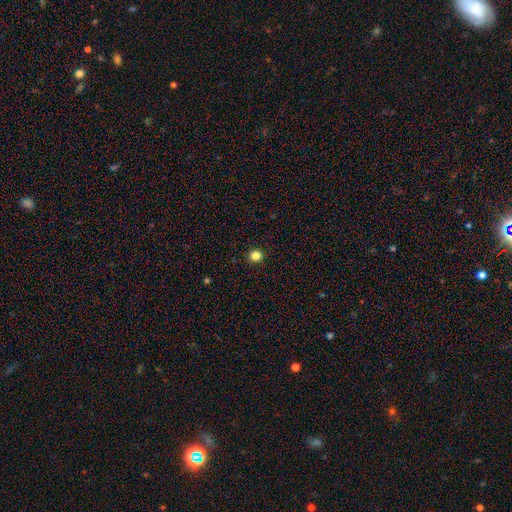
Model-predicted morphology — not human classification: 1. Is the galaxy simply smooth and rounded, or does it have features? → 84% smooth, 13% star or artifact, 4% featured or disk.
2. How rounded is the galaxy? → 89% round, 10% in between, 1% cigar-shaped.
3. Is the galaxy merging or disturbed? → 93% none, 4% minor disturbance, 2% major disturbance, 1% merger.